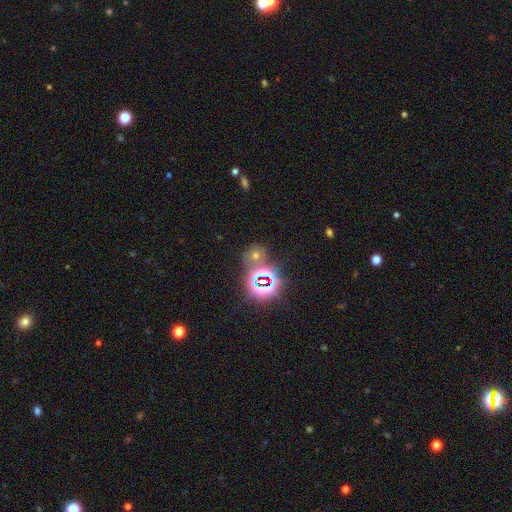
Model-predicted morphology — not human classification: Smooth or featured? Predicted: star or artifact (p=0.57).